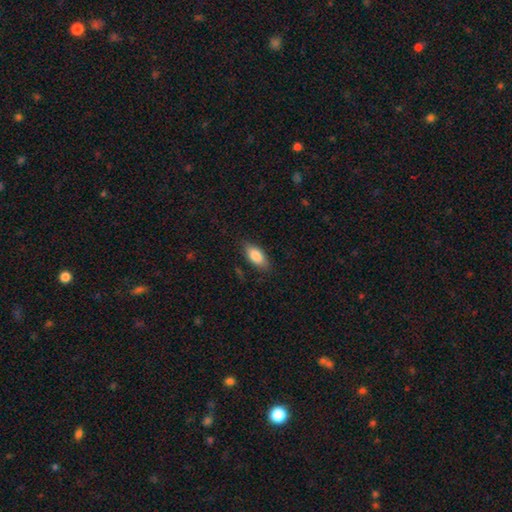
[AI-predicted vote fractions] smooth 83%, featured or disk 10%, star or artifact 7%. Down the decision tree: how rounded — in between (86%); merging — none (82%).